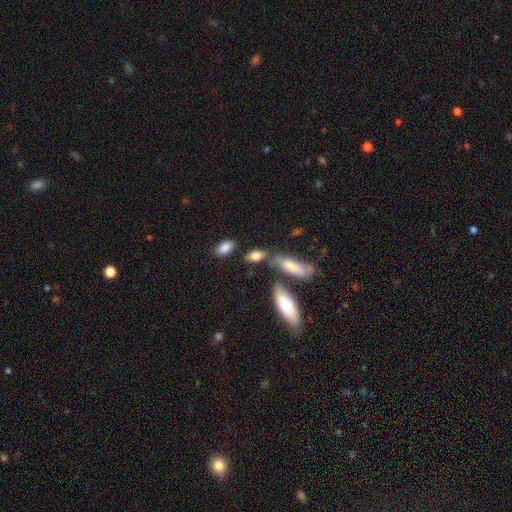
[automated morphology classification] Smooth or featured?
  - smooth: 79% *
  - featured or disk: 14%
  - star or artifact: 7%
How rounded?
  - in between: 83% *
  - cigar-shaped: 12%
  - round: 5%
Merging?
  - none: 59% *
  - merger: 18%
  - minor disturbance: 16%
  - major disturbance: 7%